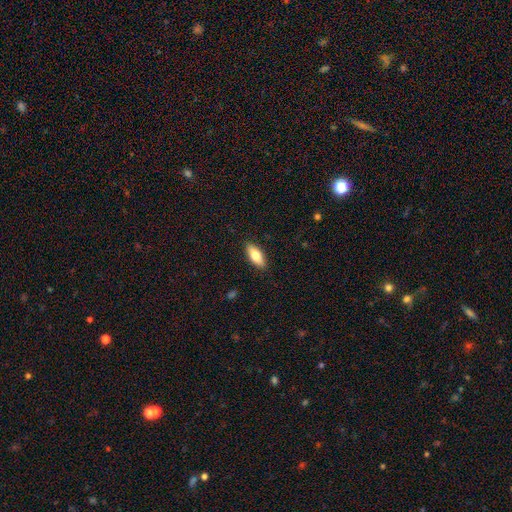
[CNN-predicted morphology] Smooth or featured? smooth (76%)
How rounded? in between (81%)
Merging? none (89%)